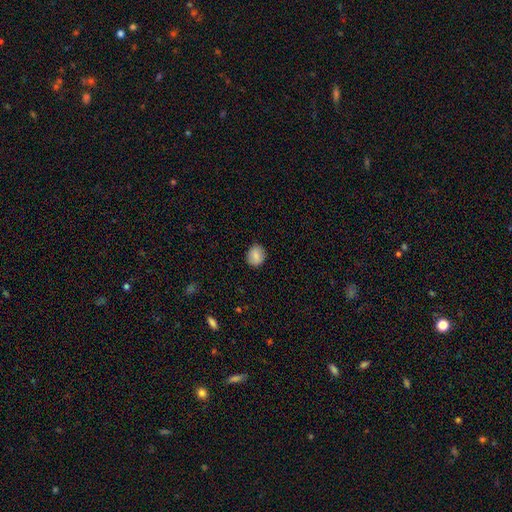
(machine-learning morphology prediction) This is clearly a smooth galaxy (83%). How rounded: likely round (72%). Merging: clearly none (87%).